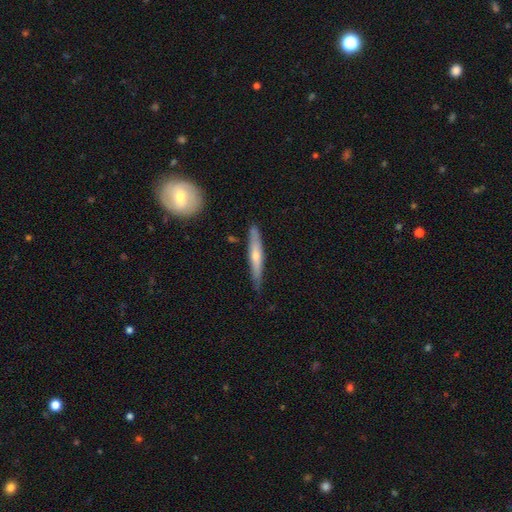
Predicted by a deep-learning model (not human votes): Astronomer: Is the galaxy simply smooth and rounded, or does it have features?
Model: featured or disk — 64%.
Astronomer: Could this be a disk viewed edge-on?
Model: yes — 92%.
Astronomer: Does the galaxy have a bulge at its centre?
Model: rounded — 78%.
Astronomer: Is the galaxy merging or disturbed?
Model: none — 86%.